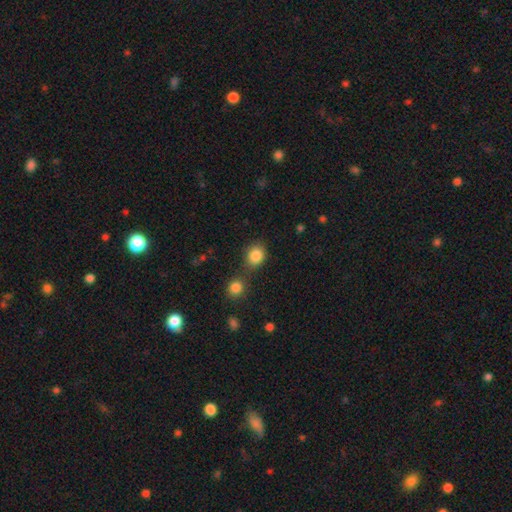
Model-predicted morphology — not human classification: Q: Smooth or featured?
A: smooth (85%); runner-up: star or artifact (10%)
Q: How rounded?
A: round (63%); runner-up: in between (36%)
Q: Merging?
A: none (63%); runner-up: merger (20%)